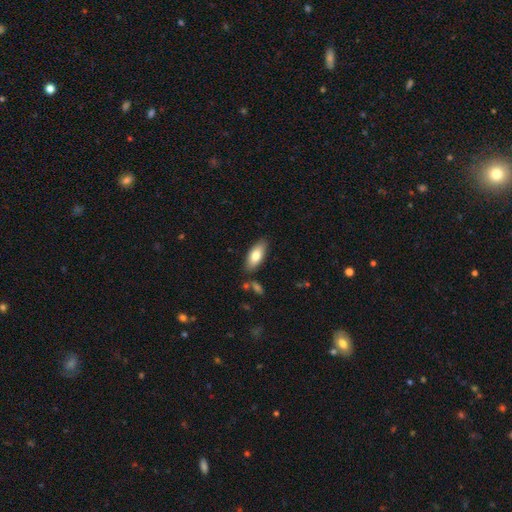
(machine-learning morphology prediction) Overall: smooth (77%). How rounded: in between (85%). Merging: none (82%).